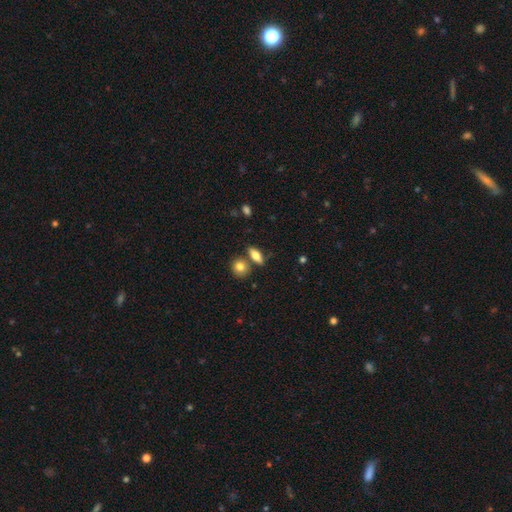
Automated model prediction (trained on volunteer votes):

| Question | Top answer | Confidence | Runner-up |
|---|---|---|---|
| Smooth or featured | smooth | 74% | featured or disk (18%) |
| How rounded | in between | 69% | cigar-shaped (22%) |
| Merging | none | 68% | merger (16%) |